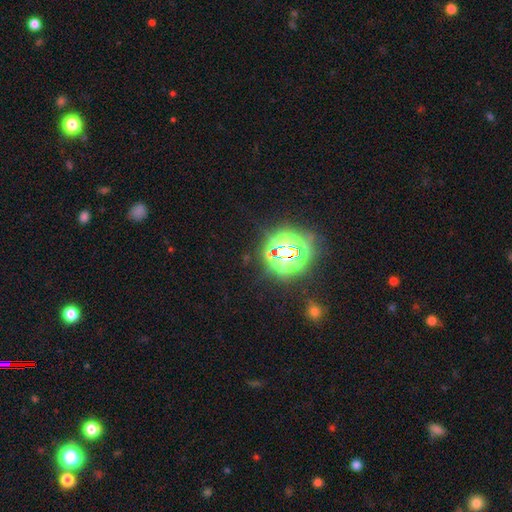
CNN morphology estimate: Smooth or featured?
  - star or artifact: 80% *
  - smooth: 12%
  - featured or disk: 8%